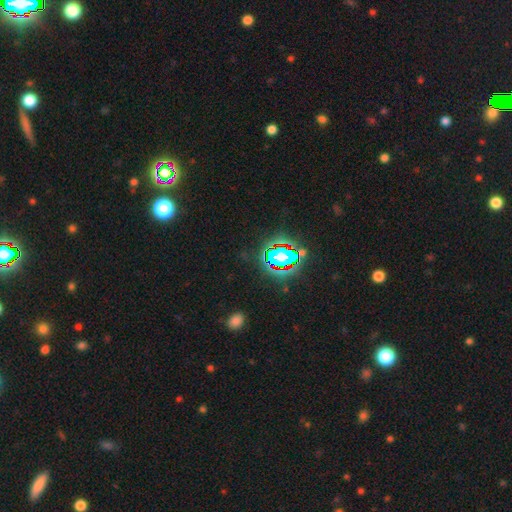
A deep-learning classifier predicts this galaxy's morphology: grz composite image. It shows a star or artifact, not a galaxy (78%).